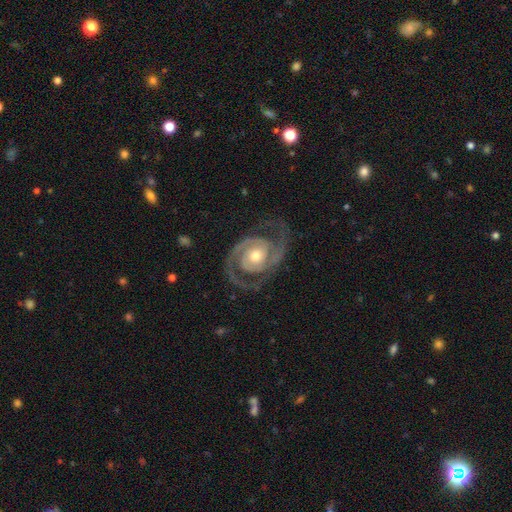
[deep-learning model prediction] featured or disk 93%, smooth 4%, star or artifact 4%. Down the decision tree: edge-on disk — no (98%); bar — no (70%); spiral arms — yes (98%); spiral arm count — 2 (92%); spiral winding — tight (49%); bulge size — moderate (70%); merging — none (79%).